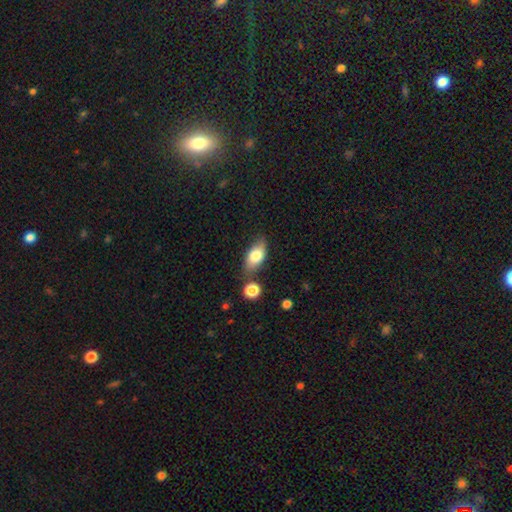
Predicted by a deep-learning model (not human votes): This is likely a smooth galaxy (76%). How rounded: clearly in between (87%). Merging: likely none (71%).